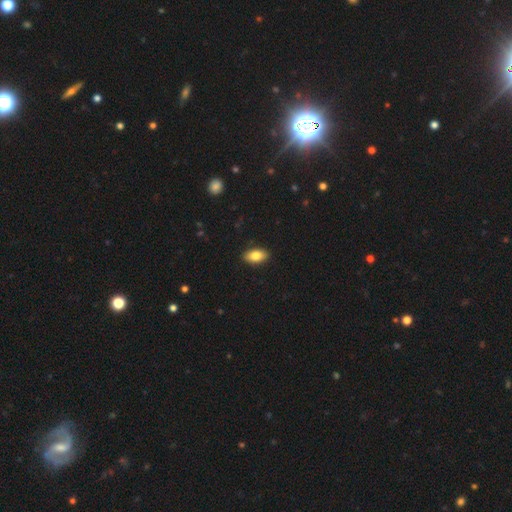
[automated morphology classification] Smooth or featured: smooth — 82% (featured or disk — 11%)
How rounded: in between — 91% (cigar-shaped — 5%)
Merging: none — 90% (minor disturbance — 7%)